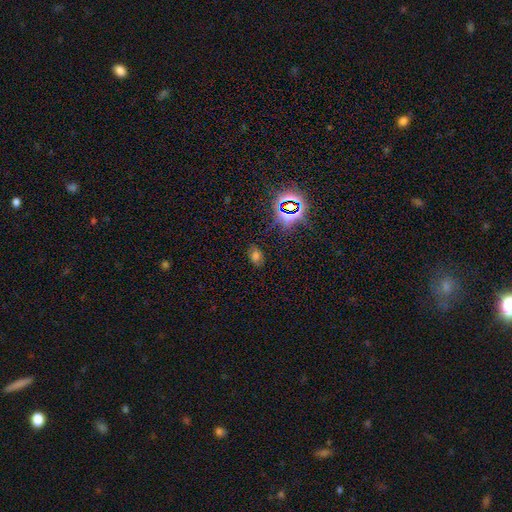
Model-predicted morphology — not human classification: A smooth galaxy with no disk features (56%) that is in between round and cigar-shaped (81%). Merging: none (78%).